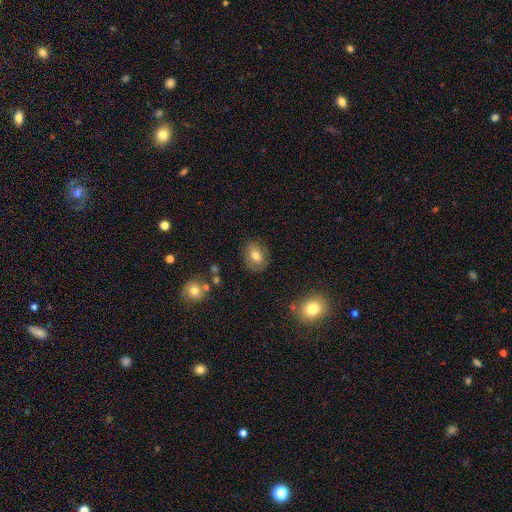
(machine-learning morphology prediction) The model was most divided on "how rounded": in between: 54%, round: 45%, cigar-shaped: 1%. More confident: merging — none (83%); smooth or featured — smooth (72%).